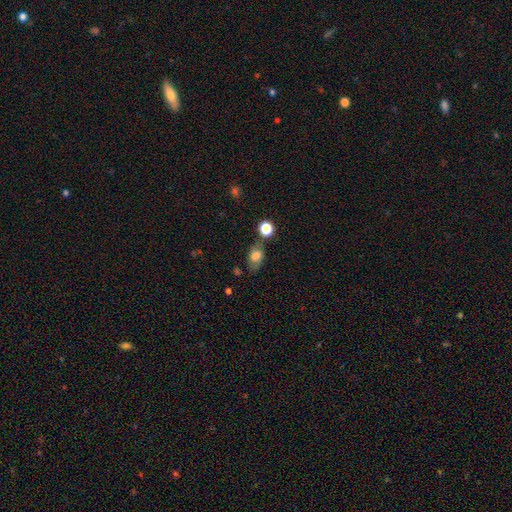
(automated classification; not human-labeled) smooth-or-featured: smooth: 71% | featured or disk: 18% | star or artifact: 11%
  how-rounded: in between: 81% | round: 16% | cigar-shaped: 3%
  merging: none: 66% | minor disturbance: 19% | merger: 9% | major disturbance: 6%